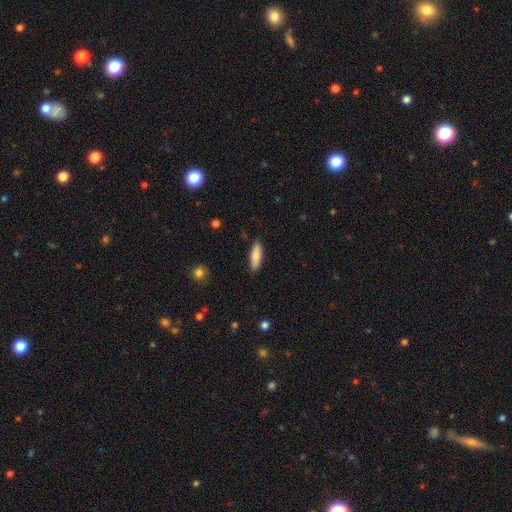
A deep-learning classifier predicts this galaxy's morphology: This appears to be a smooth galaxy with no disk features (82%) that is in between round and cigar-shaped (56%). Merging: none (86%).